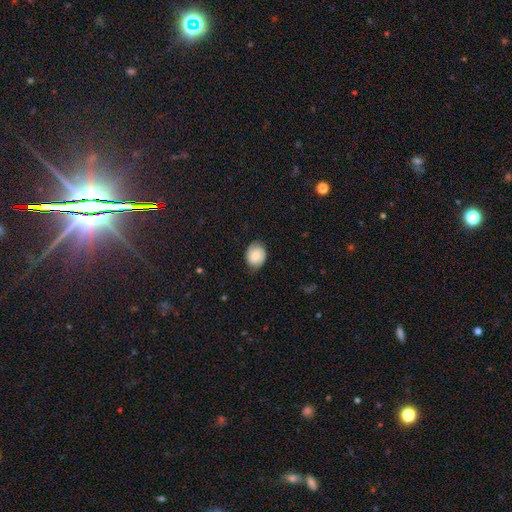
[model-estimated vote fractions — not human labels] smooth-or-featured: smooth: 50% | featured or disk: 41% | star or artifact: 9%
  how-rounded: in between: 53% | round: 46% | cigar-shaped: 1%
  merging: none: 76% | minor disturbance: 19% | major disturbance: 5% | merger: 1%